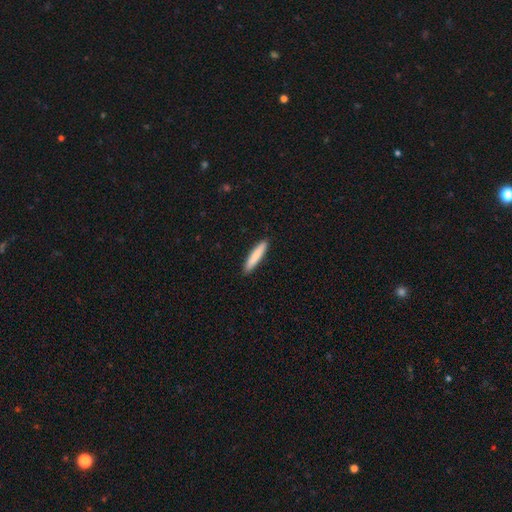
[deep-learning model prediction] This is clearly a smooth galaxy (84%). How rounded: clearly cigar-shaped (90%). Merging: clearly none (91%).